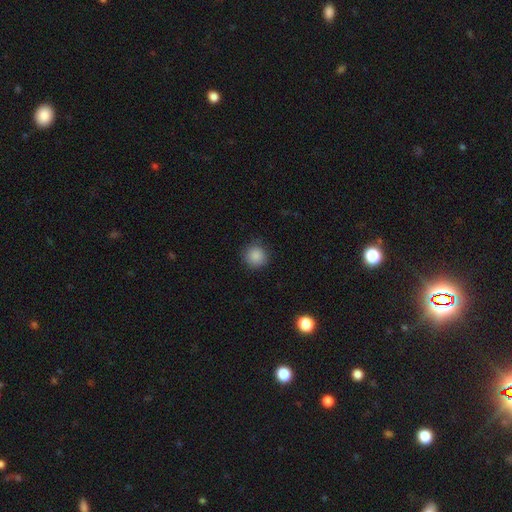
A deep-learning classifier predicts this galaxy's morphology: Smooth or featured?
  - smooth: 87% *
  - star or artifact: 10%
  - featured or disk: 3%
How rounded?
  - round: 94% *
  - in between: 5%
  - cigar-shaped: 1%
Merging?
  - none: 87% *
  - minor disturbance: 9%
  - major disturbance: 3%
  - merger: 1%